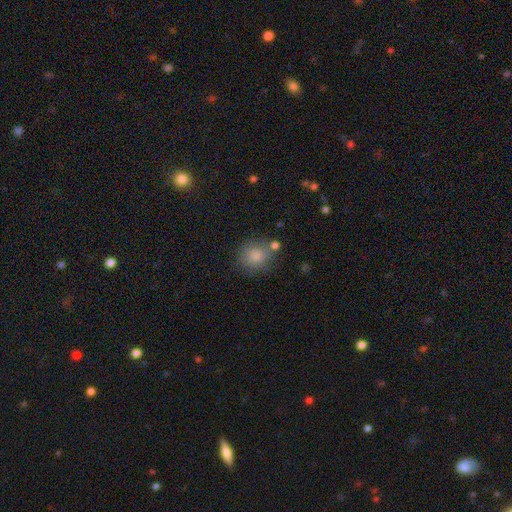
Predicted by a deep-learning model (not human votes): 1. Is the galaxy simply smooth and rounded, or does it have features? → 84% smooth, 9% star or artifact, 7% featured or disk.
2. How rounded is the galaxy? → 76% round, 23% in between, 1% cigar-shaped.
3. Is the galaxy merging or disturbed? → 68% none, 16% minor disturbance, 10% merger, 6% major disturbance.